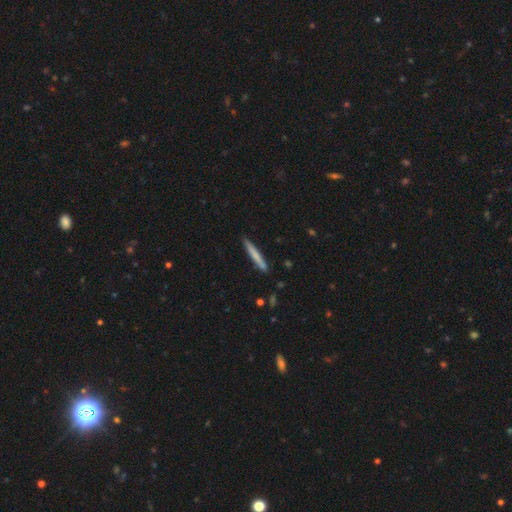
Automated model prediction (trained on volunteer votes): smooth-or-featured: smooth: 68% | featured or disk: 27% | star or artifact: 6%
  how-rounded: cigar-shaped: 96% | in between: 2% | round: 1%
  merging: none: 88% | minor disturbance: 9% | merger: 2% | major disturbance: 1%